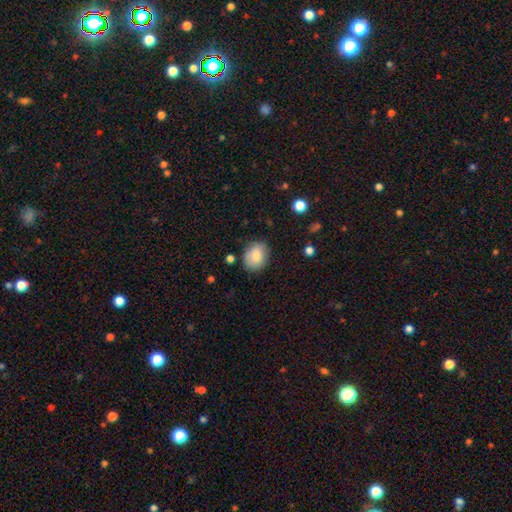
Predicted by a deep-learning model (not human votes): This appears to be a smooth galaxy with no disk features (80%) that is in between round and cigar-shaped (54%). Merging: none (79%).